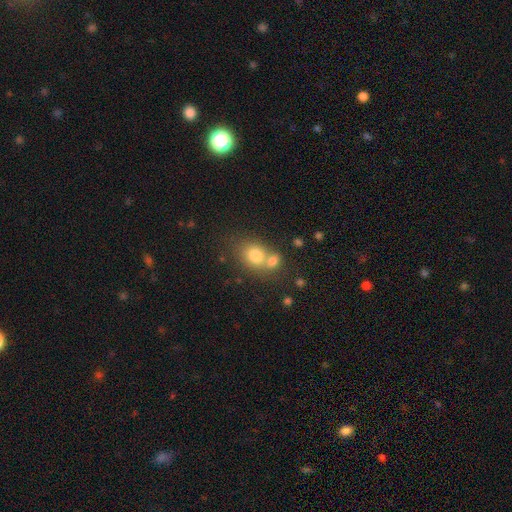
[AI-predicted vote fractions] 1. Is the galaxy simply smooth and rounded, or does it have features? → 76% smooth, 12% featured or disk, 12% star or artifact.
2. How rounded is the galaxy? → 57% round, 42% in between, 1% cigar-shaped.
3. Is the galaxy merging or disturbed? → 48% merger, 39% none, 9% minor disturbance, 4% major disturbance.